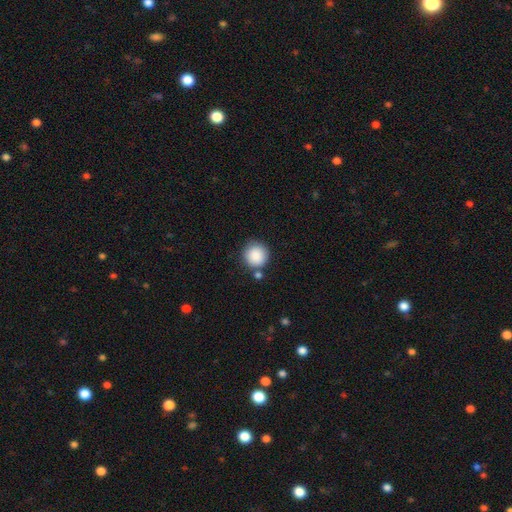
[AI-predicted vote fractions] A smooth galaxy with no disk features (88%) that is round (94%). Merging: none (77%).